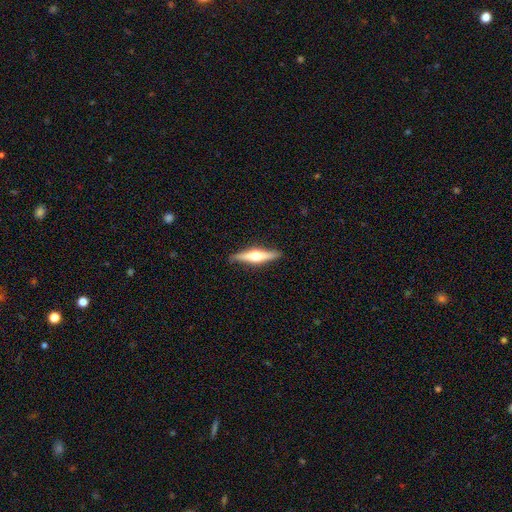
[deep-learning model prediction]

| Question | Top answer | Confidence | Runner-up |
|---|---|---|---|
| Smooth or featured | featured or disk | 64% | smooth (30%) |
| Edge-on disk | yes | 96% | no (4%) |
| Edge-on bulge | rounded | 94% | boxy (4%) |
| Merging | none | 88% | minor disturbance (9%) |